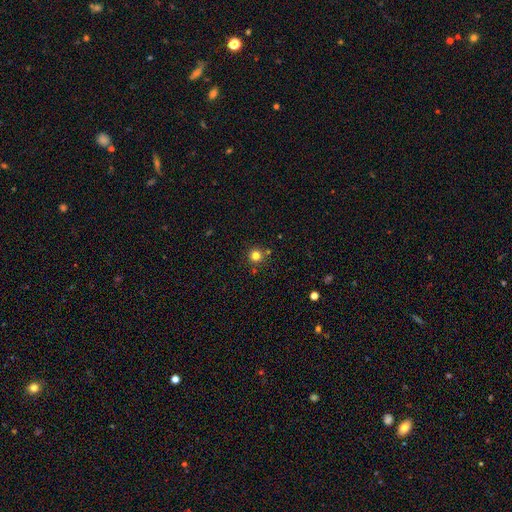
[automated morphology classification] type=smooth (81%); roundness=round (95%); merging=none (85%).